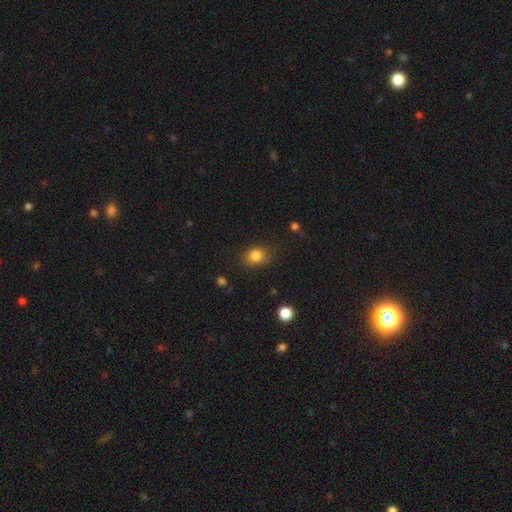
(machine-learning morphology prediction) Smooth or featured? Predicted: smooth (p=0.83). How rounded? Predicted: round (p=0.52). Merging? Predicted: none (p=0.77).